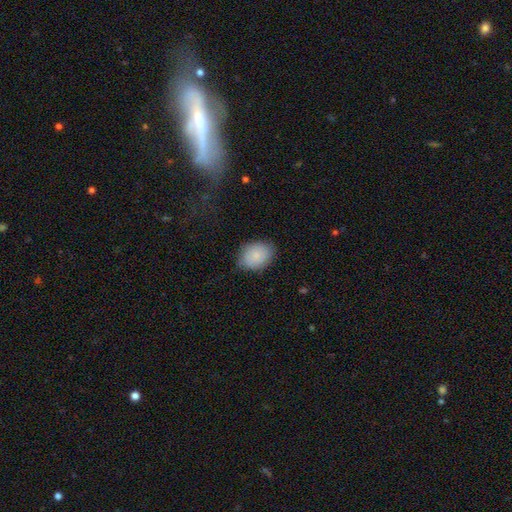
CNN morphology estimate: type=smooth (83%); roundness=in between (69%); merging=none (76%).